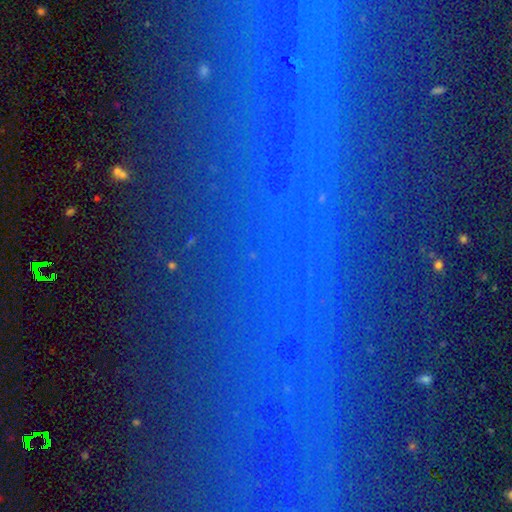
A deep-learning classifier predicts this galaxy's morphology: Smooth or featured?
  - star or artifact: 76% *
  - featured or disk: 13%
  - smooth: 11%